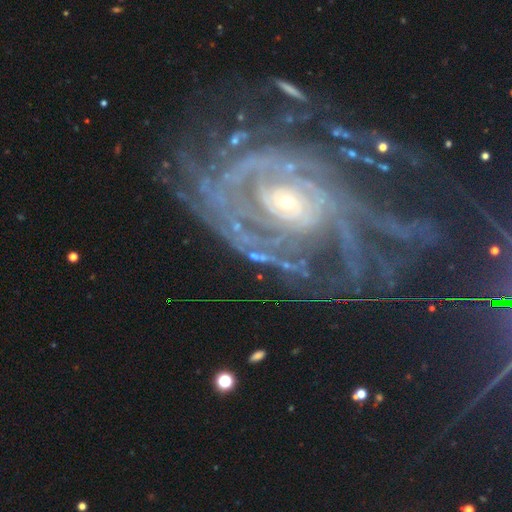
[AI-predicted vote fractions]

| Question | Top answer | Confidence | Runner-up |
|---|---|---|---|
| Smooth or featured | featured or disk | 89% | star or artifact (7%) |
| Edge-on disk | no | 97% | yes (3%) |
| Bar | no | 69% | weak (18%) |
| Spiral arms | yes | 95% | no (5%) |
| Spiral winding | tight | 71% | medium (22%) |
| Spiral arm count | can't tell | 26% | more than 4 (20%) |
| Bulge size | small | 72% | moderate (22%) |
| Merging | none | 60% | major disturbance (18%) |